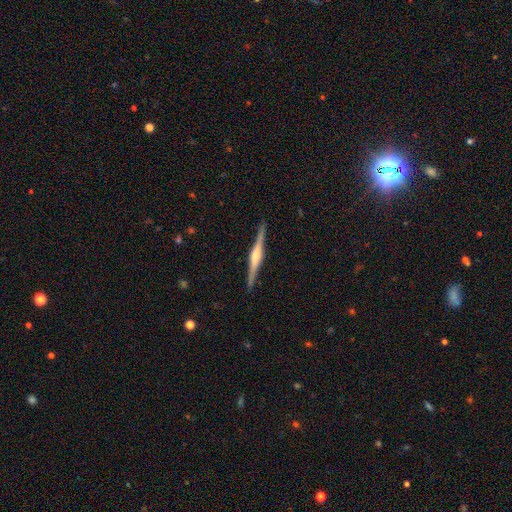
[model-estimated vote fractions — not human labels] Smooth or featured?
  - featured or disk: 81% *
  - smooth: 14%
  - star or artifact: 5%
Edge-on disk?
  - yes: 98% *
  - no: 2%
Edge-on bulge?
  - rounded: 74% *
  - boxy: 19%
  - none: 7%
Merging?
  - none: 91% *
  - minor disturbance: 7%
  - major disturbance: 1%
  - merger: 1%